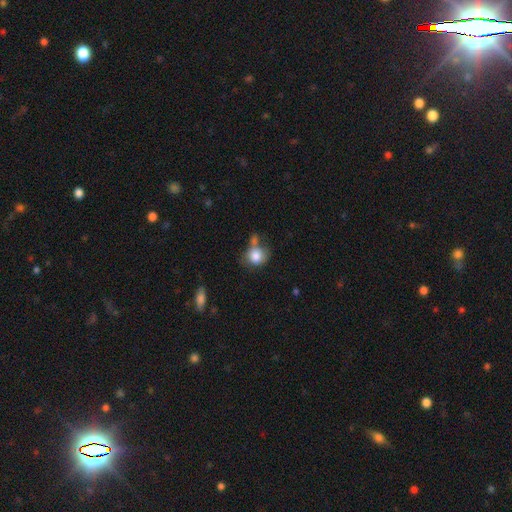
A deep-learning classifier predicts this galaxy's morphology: Q: Smooth or featured?
A: smooth (82%); runner-up: featured or disk (9%)
Q: How rounded?
A: round (71%); runner-up: in between (28%)
Q: Merging?
A: none (45%); runner-up: merger (23%)